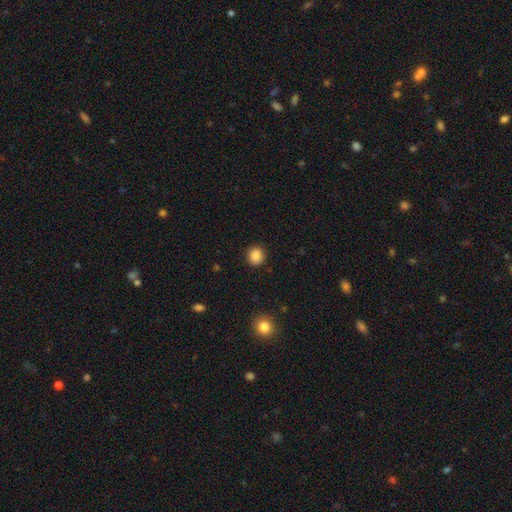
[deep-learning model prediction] This appears to be a smooth galaxy with no disk features (87%) that is round (88%). Merging: none (90%).